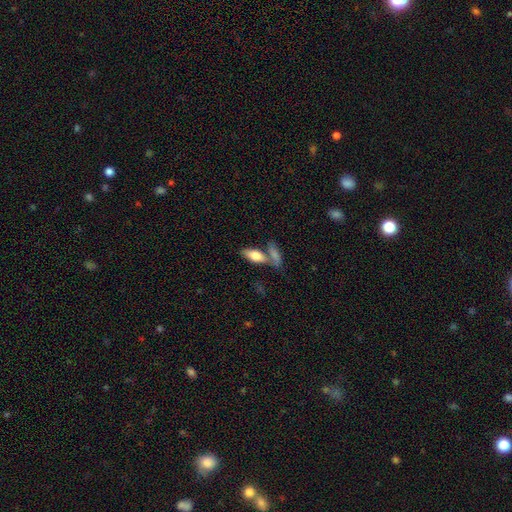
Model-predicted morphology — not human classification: A smooth galaxy with no disk features (74%) that is in between round and cigar-shaped (77%). Merging: none (49%).